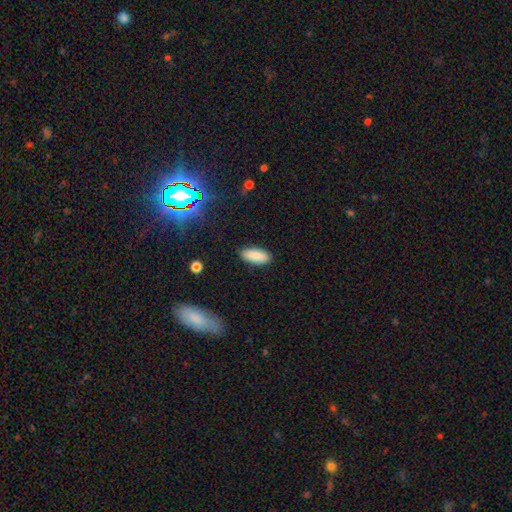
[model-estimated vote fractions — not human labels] A smooth galaxy with no disk features (89%) that is in between round and cigar-shaped (82%).

Vote fractions:
- Smooth or featured? smooth: 89% / star or artifact: 7% / featured or disk: 5%
- How rounded? in between: 82% / cigar-shaped: 16% / round: 2%
- Merging? none: 88% / minor disturbance: 9% / major disturbance: 2% / merger: 1%